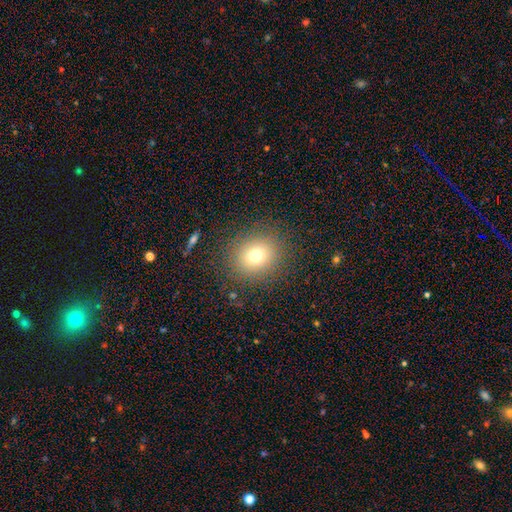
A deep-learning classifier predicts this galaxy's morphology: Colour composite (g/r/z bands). It shows a smooth galaxy with no disk features (74%) that is round (80%). Merging: none (87%).